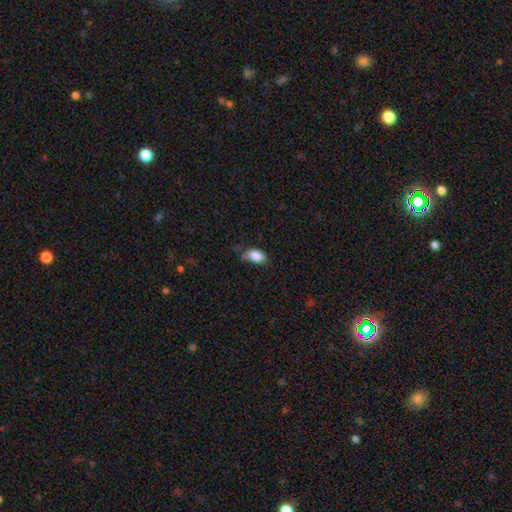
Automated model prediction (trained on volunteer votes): Smooth or featured? Predicted: smooth (p=0.87). How rounded? Predicted: in between (p=0.90). Merging? Predicted: none (p=0.59).